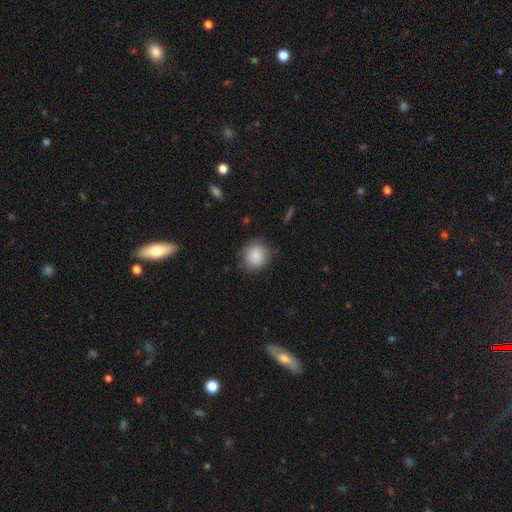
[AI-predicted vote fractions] A smooth galaxy with no disk features (87%) that is round (83%). Merging: none (81%).